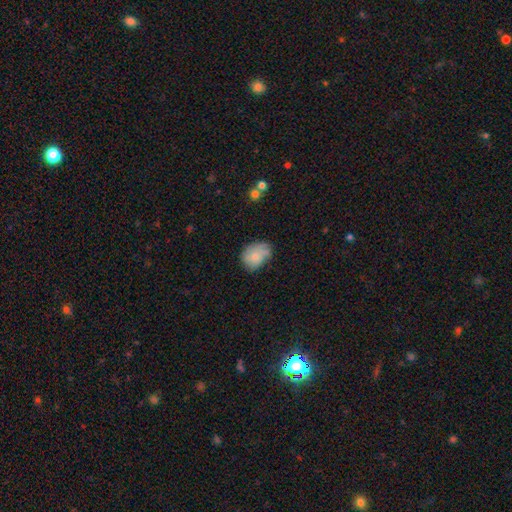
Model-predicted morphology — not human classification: Smooth or featured? Predicted: smooth (p=0.65). How rounded? Predicted: in between (p=0.68). Merging? Predicted: none (p=0.49).